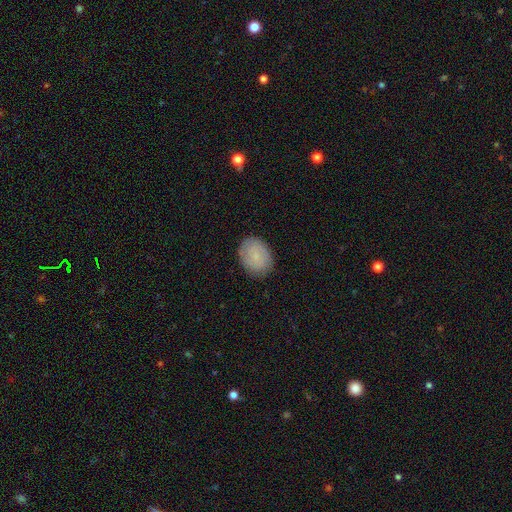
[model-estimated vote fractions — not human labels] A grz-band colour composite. It shows a smooth galaxy with no disk features (76%) that is in between round and cigar-shaped (59%). Merging: none (85%).